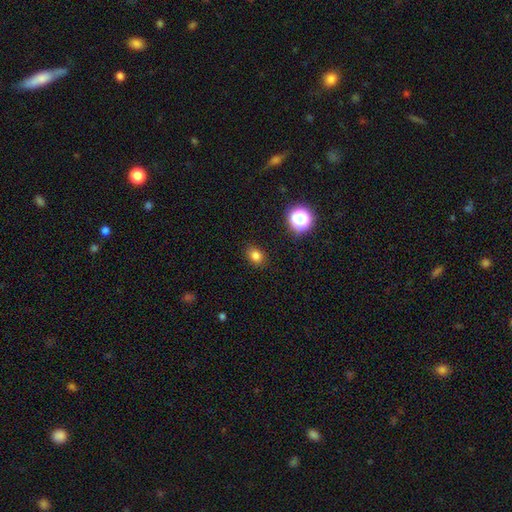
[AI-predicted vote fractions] Smooth or featured? Predicted: smooth (p=0.80). How rounded? Predicted: in between (p=0.53). Merging? Predicted: none (p=0.88).